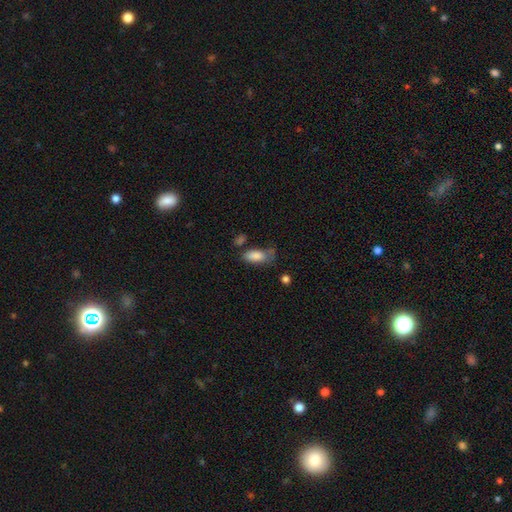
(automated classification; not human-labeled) Morphology: type=smooth (84%); roundness=in between (89%); merging=none (45%).